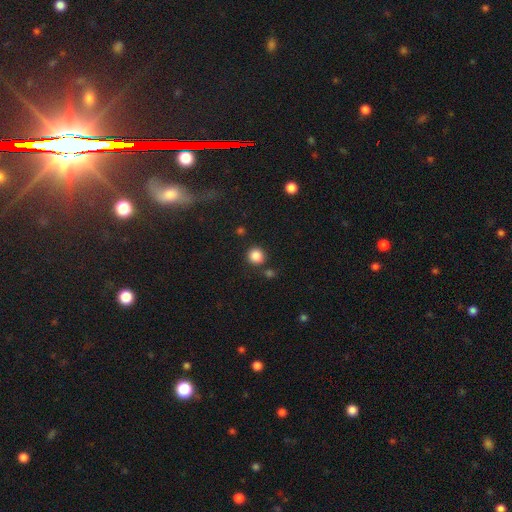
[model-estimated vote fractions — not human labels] Smooth or featured?
  - smooth: 86% *
  - star or artifact: 11%
  - featured or disk: 4%
How rounded?
  - round: 91% *
  - in between: 8%
  - cigar-shaped: 1%
Merging?
  - none: 82% *
  - minor disturbance: 8%
  - merger: 7%
  - major disturbance: 3%